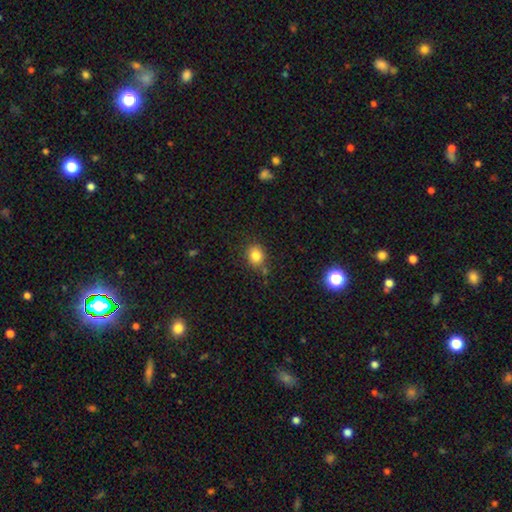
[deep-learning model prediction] Smooth or featured?
  - smooth: 83% *
  - star or artifact: 11%
  - featured or disk: 6%
How rounded?
  - round: 72% *
  - in between: 27%
  - cigar-shaped: 1%
Merging?
  - none: 75% *
  - minor disturbance: 15%
  - merger: 6%
  - major disturbance: 4%